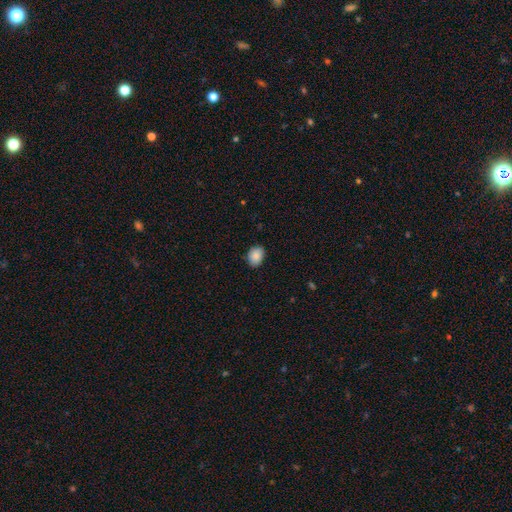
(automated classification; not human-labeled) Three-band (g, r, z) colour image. It shows a smooth galaxy with no disk features (88%) that is in between round and cigar-shaped (61%). Merging: none (83%).